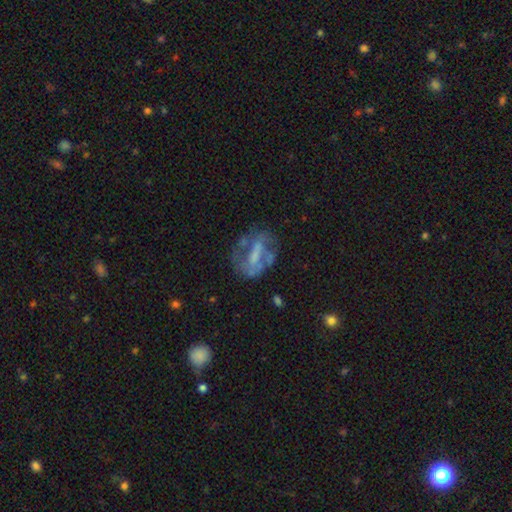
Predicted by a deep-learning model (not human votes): Smooth or featured: featured or disk — 65% (smooth — 24%)
Edge-on disk: no — 95% (yes — 5%)
Bar: weak — 34% (strong — 33%)
Spiral arms: no — 52% (yes — 48%)
Bulge size: none — 44% (moderate — 24%)
Merging: none — 47% (major disturbance — 25%)